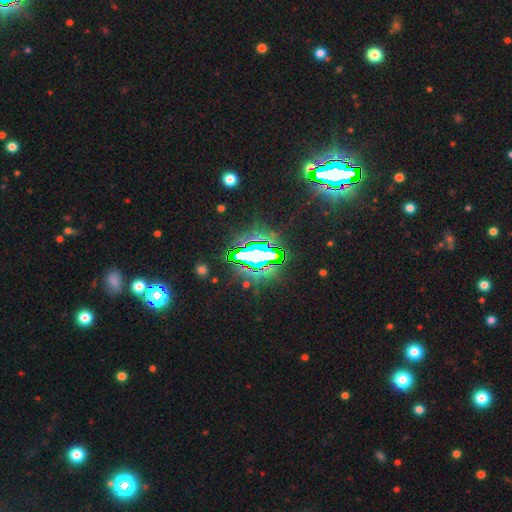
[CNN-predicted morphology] The model was most divided on "smooth or featured": star or artifact: 73%, smooth: 14%, featured or disk: 13%.